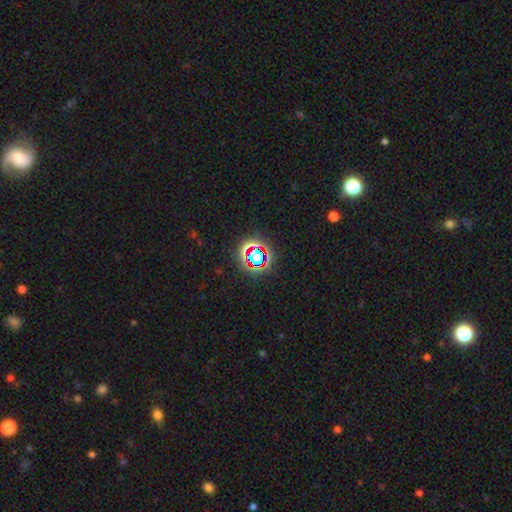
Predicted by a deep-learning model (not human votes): smooth_or_featured: star or artifact (p=0.66) [alt: smooth p=0.22]